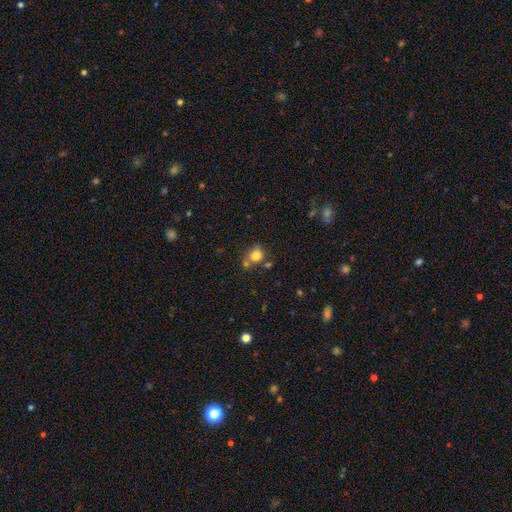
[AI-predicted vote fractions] Overall: smooth (80%). How rounded: round (73%). Merging: none (56%; merger 22%).